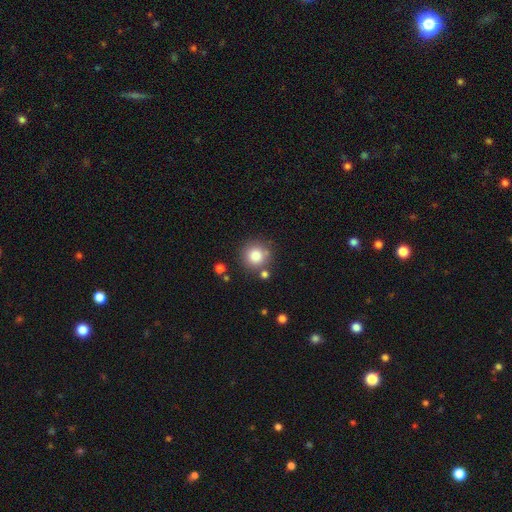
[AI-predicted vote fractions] Smooth or featured? smooth (82%)
How rounded? round (93%)
Merging? none (79%)